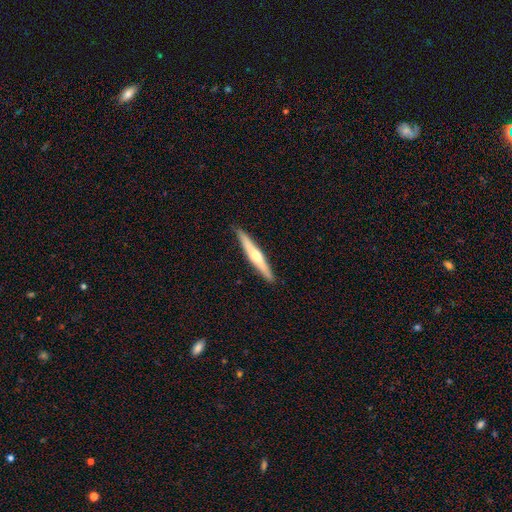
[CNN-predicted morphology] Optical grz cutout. It shows a featured or disk galaxy (58%) viewed edge-on (97%) with a rounded central bulge (85%). Merging: none (90%).